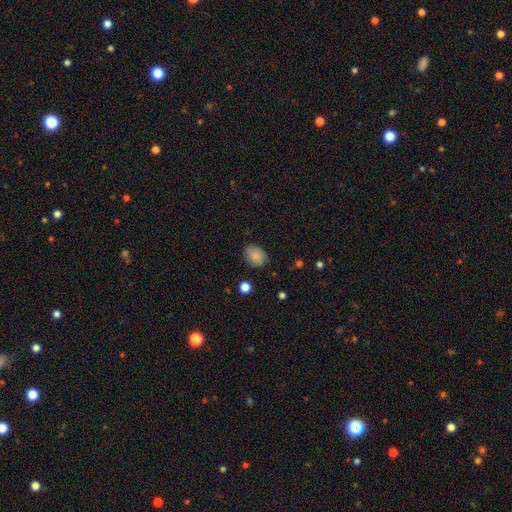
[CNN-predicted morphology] Smooth or featured? smooth (86%)
How rounded? in between (62%)
Merging? none (82%)